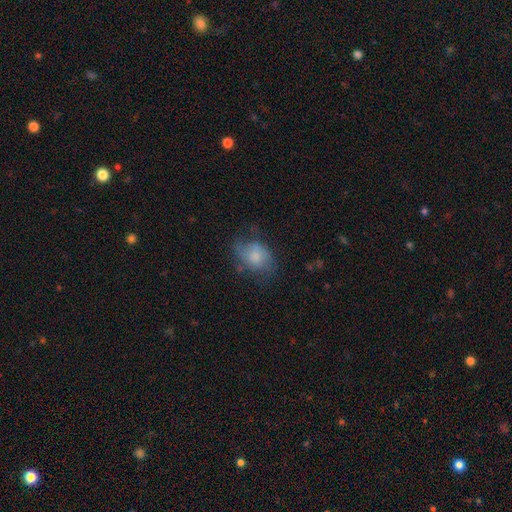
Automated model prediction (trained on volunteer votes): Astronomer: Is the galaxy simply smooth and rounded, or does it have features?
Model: smooth — 63%.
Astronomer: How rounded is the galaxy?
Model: in between — 68%.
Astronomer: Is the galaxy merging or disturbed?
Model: none — 44% (runner-up: minor disturbance, 31%).